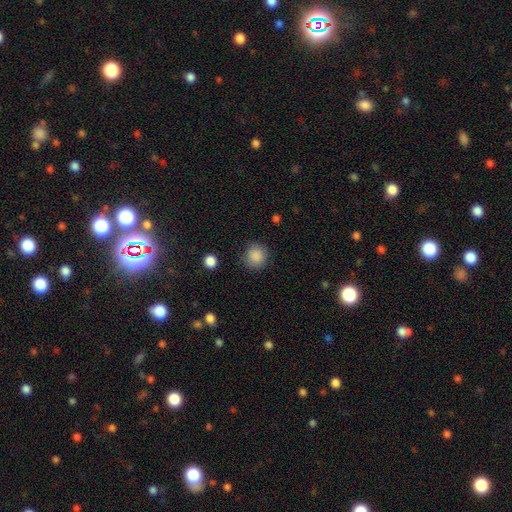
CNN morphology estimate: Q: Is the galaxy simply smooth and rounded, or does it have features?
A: smooth — 88%.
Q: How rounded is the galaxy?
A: round — 90%.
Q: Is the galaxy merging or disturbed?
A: none — 85%.